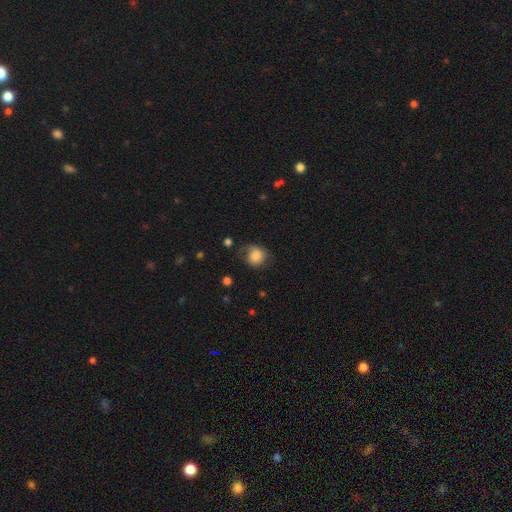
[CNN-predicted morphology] A smooth galaxy with no disk features (75%) that is round (76%). Merging: none (54%).